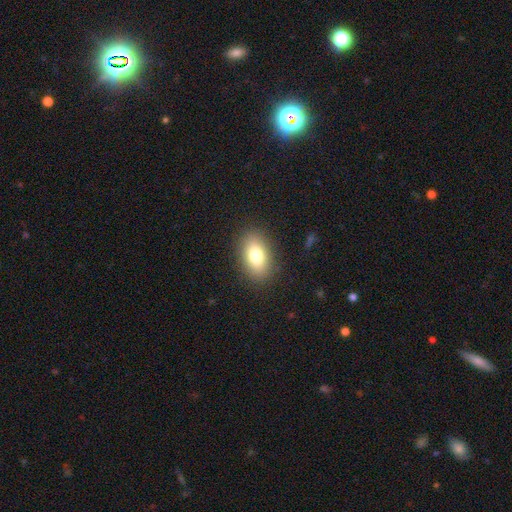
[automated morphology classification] Smooth or featured?
  - smooth: 80% *
  - featured or disk: 11%
  - star or artifact: 8%
How rounded?
  - in between: 89% *
  - round: 9%
  - cigar-shaped: 2%
Merging?
  - none: 87% *
  - minor disturbance: 9%
  - major disturbance: 3%
  - merger: 1%